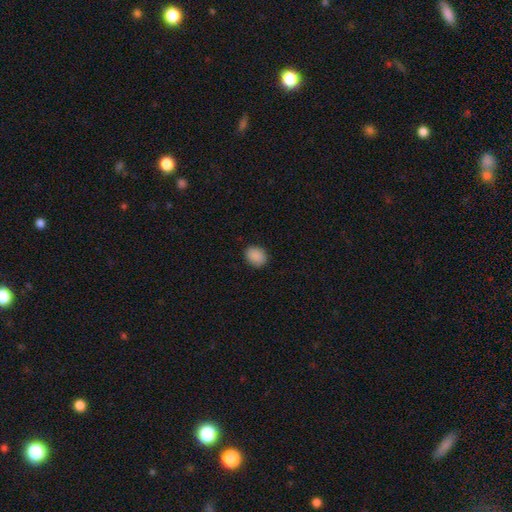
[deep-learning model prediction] This appears to be a smooth galaxy with no disk features (89%) that is round (53%). Merging: none (87%).